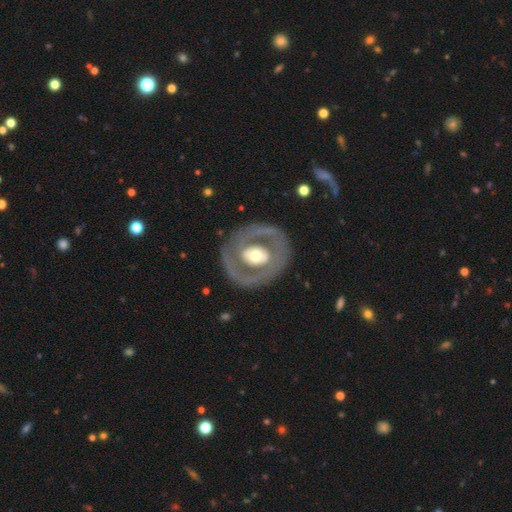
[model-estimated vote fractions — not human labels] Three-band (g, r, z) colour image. It shows a featured or disk galaxy (70%) with no bar (65%), no spiral arms (68%) and a moderate central bulge (62%). Merging: none (79%).